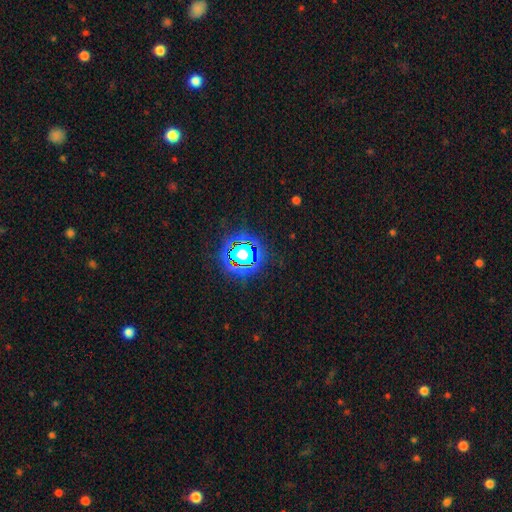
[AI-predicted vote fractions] star or artifact 80%, smooth 13%, featured or disk 7%.